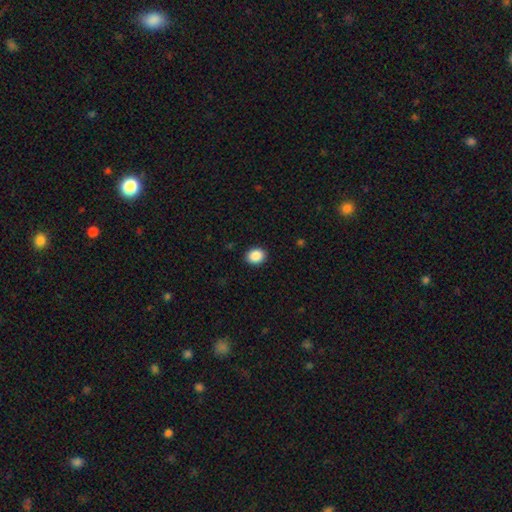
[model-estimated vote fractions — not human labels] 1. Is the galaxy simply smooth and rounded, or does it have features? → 88% smooth, 8% star or artifact, 3% featured or disk.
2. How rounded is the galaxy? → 60% round, 39% in between, 1% cigar-shaped.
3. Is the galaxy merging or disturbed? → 91% none, 6% minor disturbance, 2% major disturbance, 1% merger.